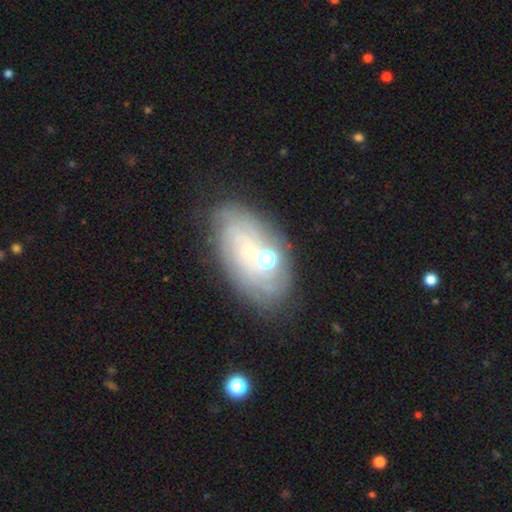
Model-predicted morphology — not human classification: This is likely a featured or disk galaxy (66%). It is clearly not viewed edge-on (94%). Bar: likely no (79%). Spiral arm pattern: likely yes (79%). Central bulge: possibly small (59%). Merging: likely none (67%).